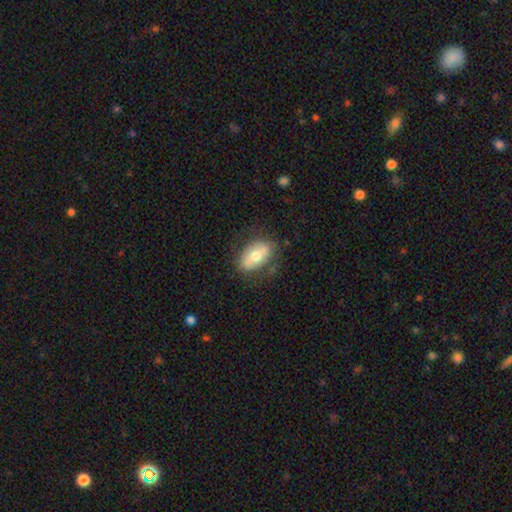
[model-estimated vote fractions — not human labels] smooth 59%, featured or disk 34%, star or artifact 7%. Down the decision tree: how rounded — in between (89%); merging — none (75%).